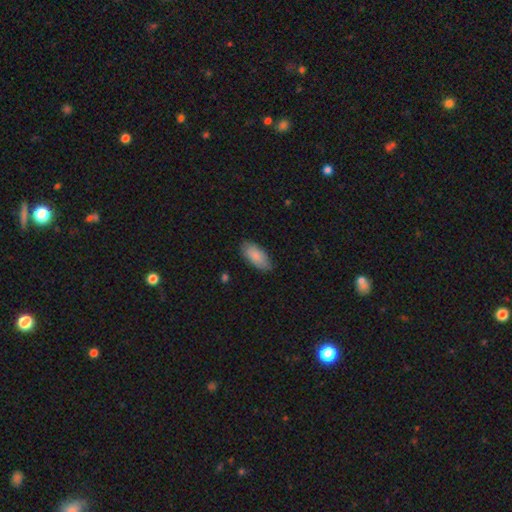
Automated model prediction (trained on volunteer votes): smooth-or-featured: smooth: 85% | featured or disk: 10% | star or artifact: 5%
  how-rounded: in between: 91% | cigar-shaped: 7% | round: 2%
  merging: none: 82% | minor disturbance: 15% | major disturbance: 2% | merger: 1%